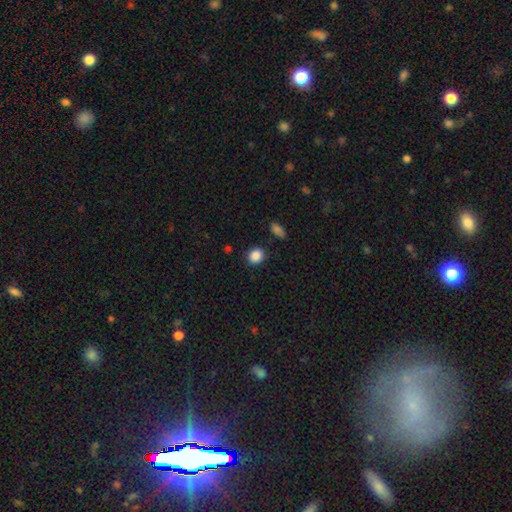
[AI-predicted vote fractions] Smooth or featured?
  - smooth: 88% *
  - star or artifact: 9%
  - featured or disk: 3%
How rounded?
  - round: 67% *
  - in between: 32%
  - cigar-shaped: 1%
Merging?
  - none: 87% *
  - minor disturbance: 8%
  - major disturbance: 2%
  - merger: 2%